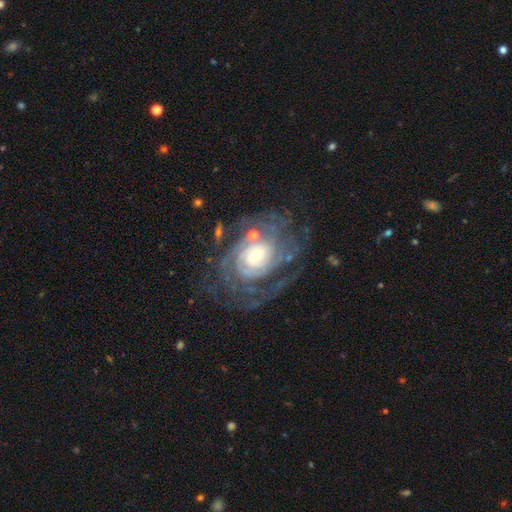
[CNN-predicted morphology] Q: Smooth or featured?
A: featured or disk (89%); runner-up: smooth (6%)
Q: Edge-on disk?
A: no (97%); runner-up: yes (3%)
Q: Bar?
A: no (56%); runner-up: weak (33%)
Q: Spiral arms?
A: yes (97%); runner-up: no (3%)
Q: Spiral winding?
A: tight (74%); runner-up: medium (20%)
Q: Spiral arm count?
A: can't tell (35%); runner-up: 2 (19%)
Q: Bulge size?
A: small (49%); runner-up: moderate (41%)
Q: Merging?
A: none (58%); runner-up: major disturbance (19%)